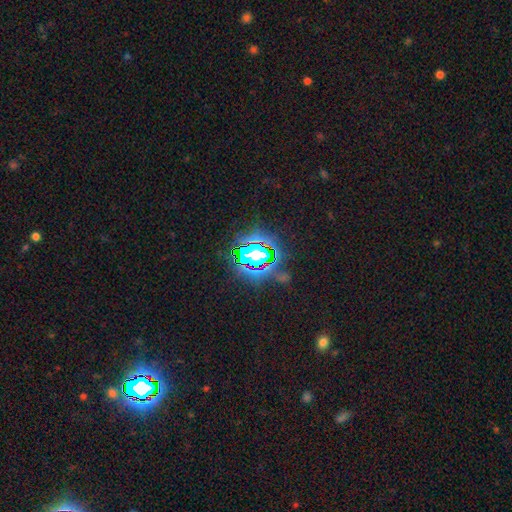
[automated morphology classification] star or artifact 71%, smooth 17%, featured or disk 12%.